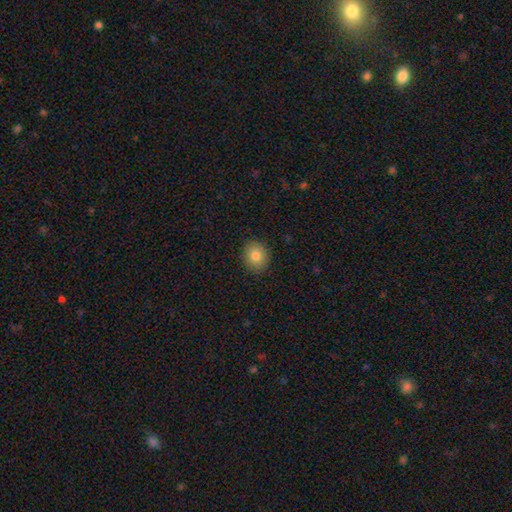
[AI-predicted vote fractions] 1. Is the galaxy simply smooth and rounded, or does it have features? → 83% smooth, 10% star or artifact, 8% featured or disk.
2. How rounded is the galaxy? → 61% round, 38% in between, 1% cigar-shaped.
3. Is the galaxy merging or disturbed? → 90% none, 7% minor disturbance, 2% major disturbance, 1% merger.